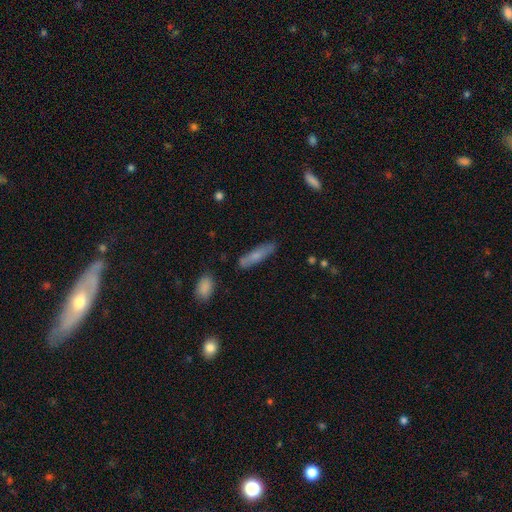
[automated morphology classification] Q: Smooth or featured?
A: smooth (68%); runner-up: featured or disk (26%)
Q: How rounded?
A: cigar-shaped (78%); runner-up: in between (20%)
Q: Merging?
A: none (79%); runner-up: minor disturbance (15%)